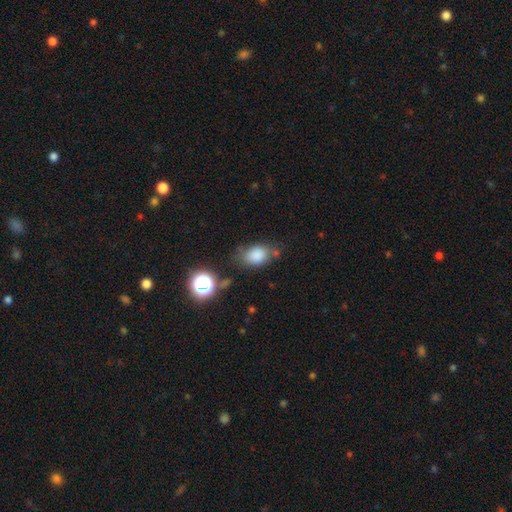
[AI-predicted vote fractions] The model was most divided on "merging": none: 63%, minor disturbance: 22%, major disturbance: 7%, merger: 7%. More confident: smooth or featured — smooth (82%); how rounded — in between (75%).